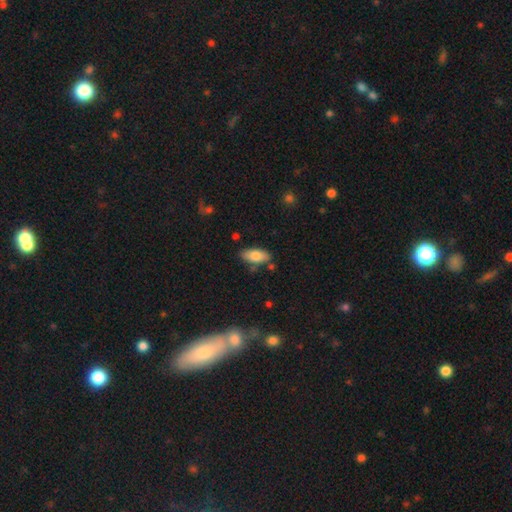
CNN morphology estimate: This appears to be a smooth galaxy with no disk features (80%) that is in between round and cigar-shaped (89%). Merging: none (78%).